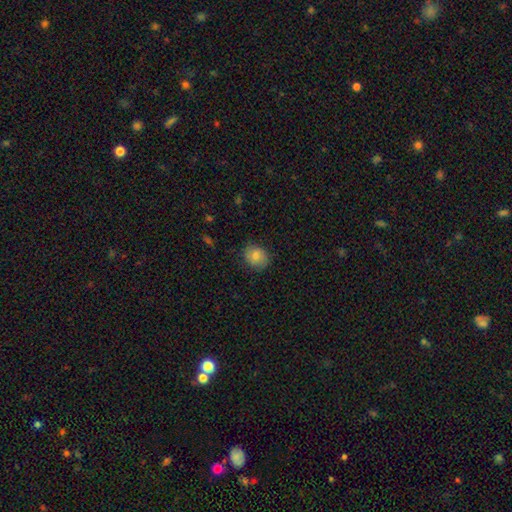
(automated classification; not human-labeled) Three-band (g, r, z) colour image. It shows a smooth galaxy with no disk features (76%) that is round (65%). Merging: none (81%).